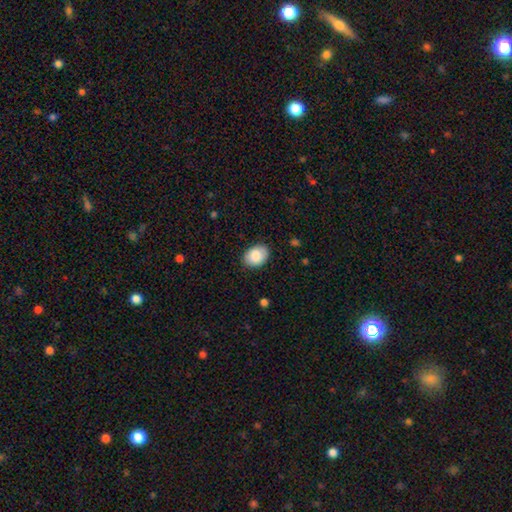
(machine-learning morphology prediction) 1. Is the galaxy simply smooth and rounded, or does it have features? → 84% smooth, 9% featured or disk, 7% star or artifact.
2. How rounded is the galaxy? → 74% in between, 26% round, 1% cigar-shaped.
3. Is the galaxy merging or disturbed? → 85% none, 11% minor disturbance, 2% major disturbance, 1% merger.